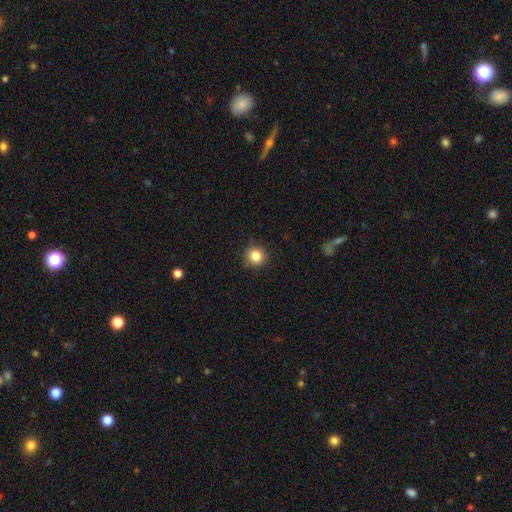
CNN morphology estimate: A smooth galaxy with no disk features (84%) that is round (90%).

Vote fractions:
- Smooth or featured? smooth: 84% / star or artifact: 11% / featured or disk: 6%
- How rounded? round: 90% / in between: 9% / cigar-shaped: 1%
- Merging? none: 88% / minor disturbance: 9% / major disturbance: 2% / merger: 1%